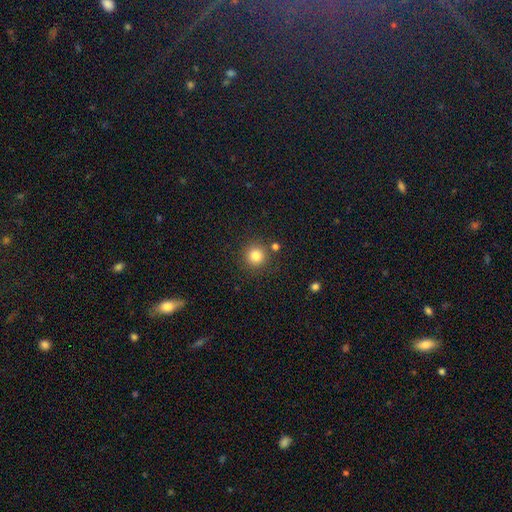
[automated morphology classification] Q: Smooth or featured?
A: smooth (82%); runner-up: star or artifact (12%)
Q: How rounded?
A: round (94%); runner-up: in between (5%)
Q: Merging?
A: none (82%); runner-up: minor disturbance (8%)